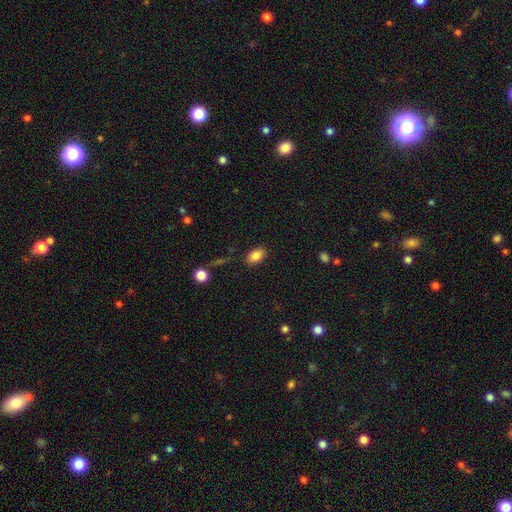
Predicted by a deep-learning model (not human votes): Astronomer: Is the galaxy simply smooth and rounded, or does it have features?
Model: smooth — 85%.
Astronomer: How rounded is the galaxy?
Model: in between — 87%.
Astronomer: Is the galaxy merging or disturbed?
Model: none — 84%.